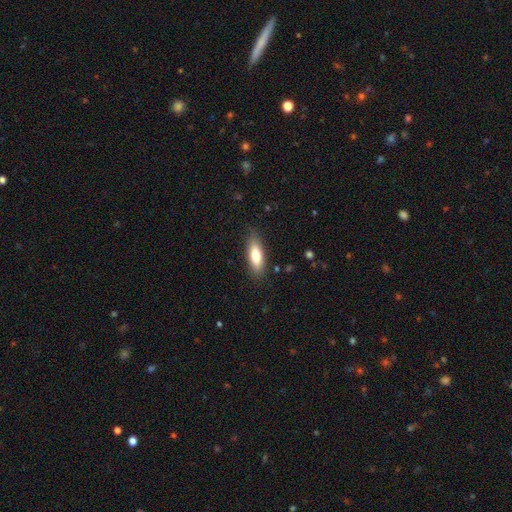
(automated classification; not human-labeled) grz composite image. It shows a smooth galaxy with no disk features (77%) that is in between round and cigar-shaped (64%). Merging: none (83%).